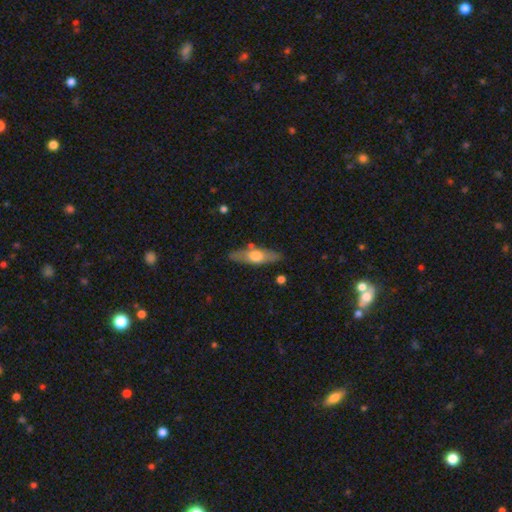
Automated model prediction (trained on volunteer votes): Smooth or featured: featured or disk — 50% (smooth — 44%)
Edge-on disk: yes — 83% (no — 17%)
Merging: none — 82% (minor disturbance — 12%)